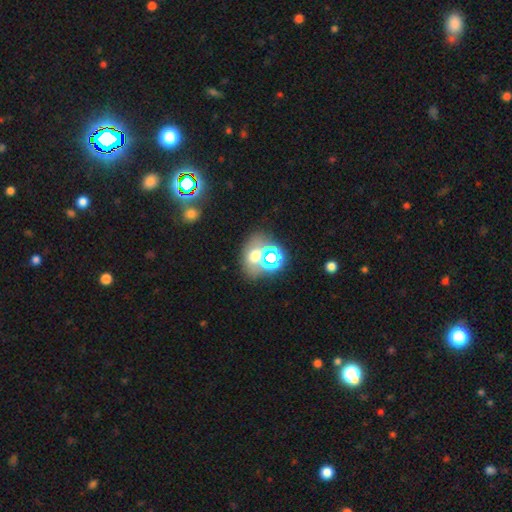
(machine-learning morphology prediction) A smooth galaxy with no disk features (47%). Merging: none (49%).